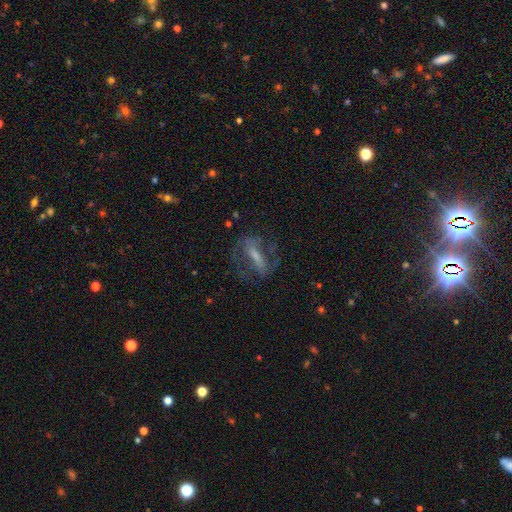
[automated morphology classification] This is likely a featured or disk galaxy (67%). It is clearly not viewed edge-on (82%). Bar: possibly strong (58%). Spiral arm pattern: likely yes (68%). Central bulge: marginally small (39%). Merging: likely none (62%).